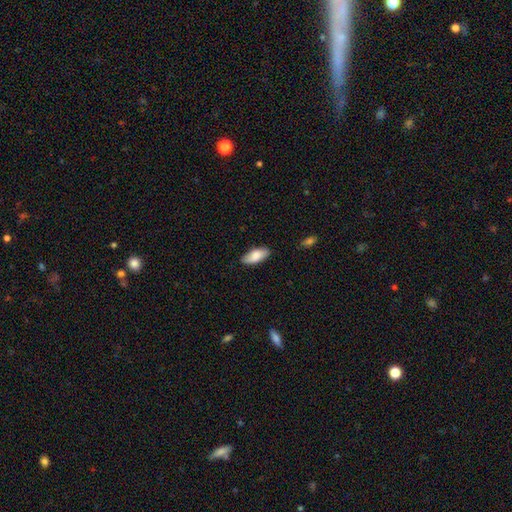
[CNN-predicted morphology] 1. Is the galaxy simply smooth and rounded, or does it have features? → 82% smooth, 12% featured or disk, 6% star or artifact.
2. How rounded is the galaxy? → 84% in between, 14% cigar-shaped, 2% round.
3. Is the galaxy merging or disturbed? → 84% none, 13% minor disturbance, 2% major disturbance, 1% merger.